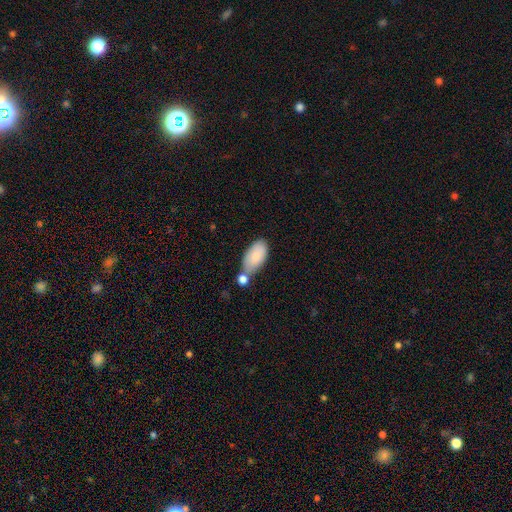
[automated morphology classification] smooth-or-featured: smooth: 82% | featured or disk: 12% | star or artifact: 6%
  how-rounded: in between: 94% | cigar-shaped: 3% | round: 2%
  merging: none: 49% | merger: 27% | minor disturbance: 18% | major disturbance: 5%